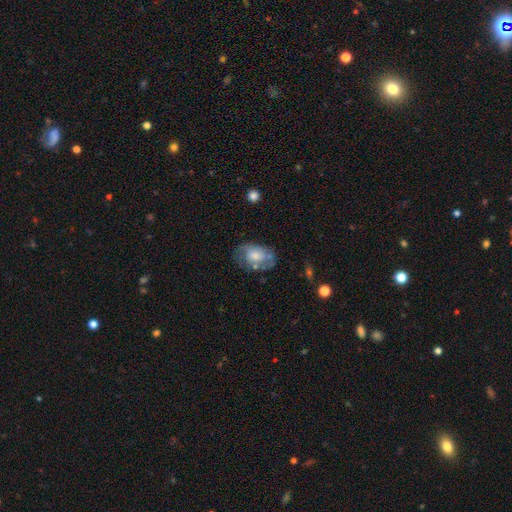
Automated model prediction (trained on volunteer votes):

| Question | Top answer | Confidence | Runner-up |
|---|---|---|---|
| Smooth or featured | smooth | 52% | featured or disk (41%) |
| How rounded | in between | 81% | round (17%) |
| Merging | none | 52% | minor disturbance (27%) |